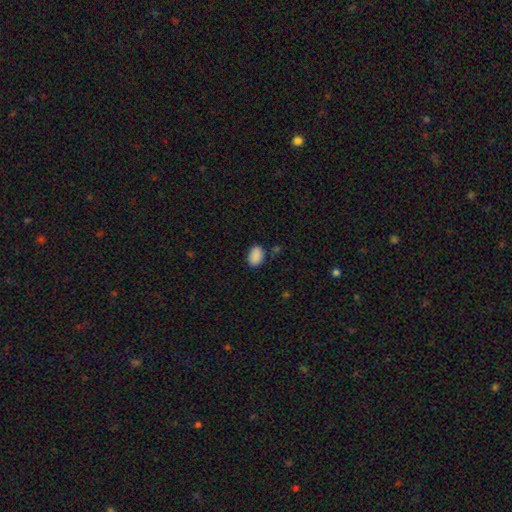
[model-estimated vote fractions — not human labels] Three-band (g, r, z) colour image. It shows a smooth galaxy with no disk features (89%) that is in between round and cigar-shaped (85%). Merging: none (79%).